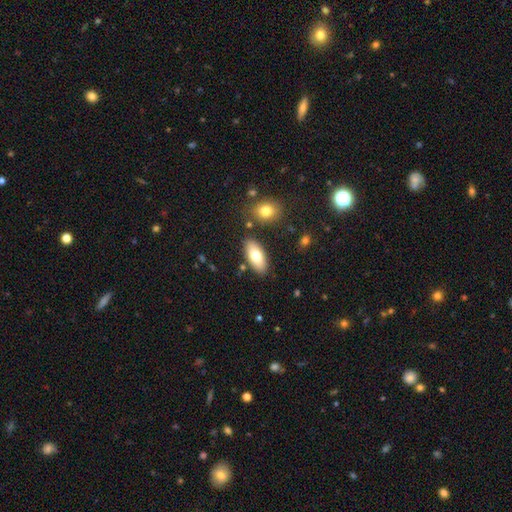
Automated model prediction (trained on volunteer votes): A smooth galaxy with no disk features (74%) that is in between round and cigar-shaped (87%). Merging: none (83%).